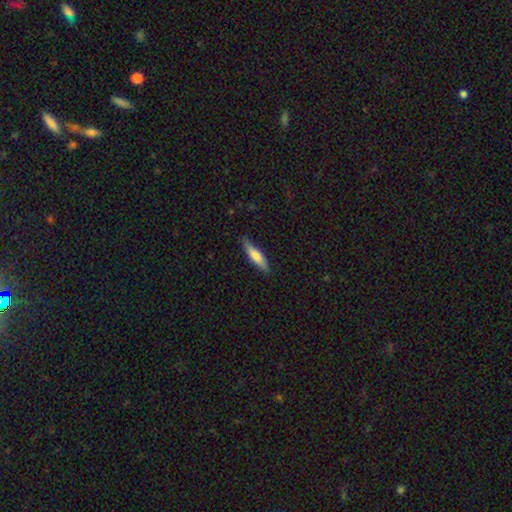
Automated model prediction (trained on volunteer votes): smooth 74%, featured or disk 20%, star or artifact 5%. Down the decision tree: how rounded — cigar-shaped (73%); merging — none (84%).